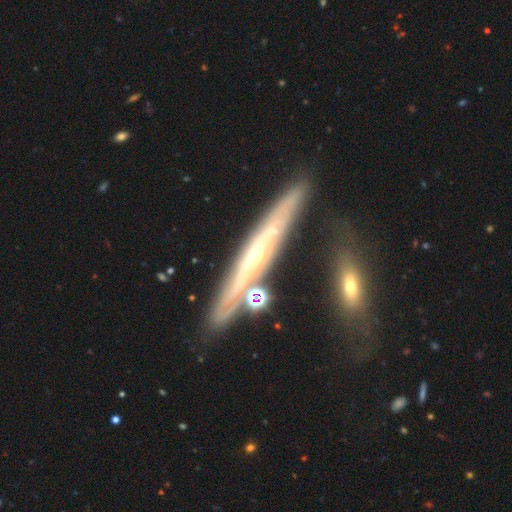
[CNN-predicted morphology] A featured or disk galaxy (77%) viewed edge-on (79%) with a rounded central bulge (68%).

Vote fractions:
- Smooth or featured? featured or disk: 77% / smooth: 15% / star or artifact: 7%
- Edge-on disk? yes: 79% / no: 21%
- Edge-on bulge? rounded: 68% / none: 29% / boxy: 3%
- Merging? none: 76% / minor disturbance: 13% / merger: 7% / major disturbance: 3%